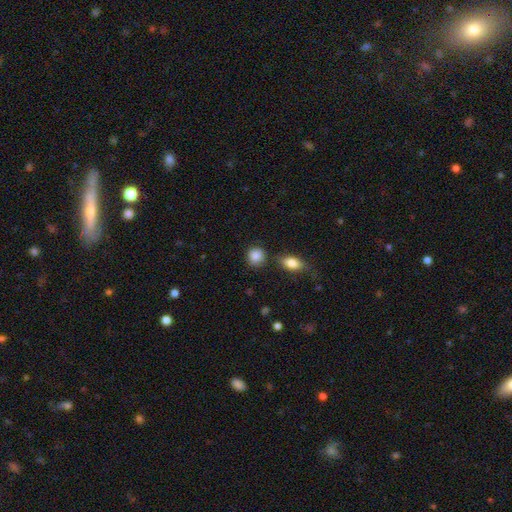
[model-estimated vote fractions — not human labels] Smooth or featured? Predicted: smooth (p=0.88). How rounded? Predicted: round (p=0.81). Merging? Predicted: none (p=0.76).